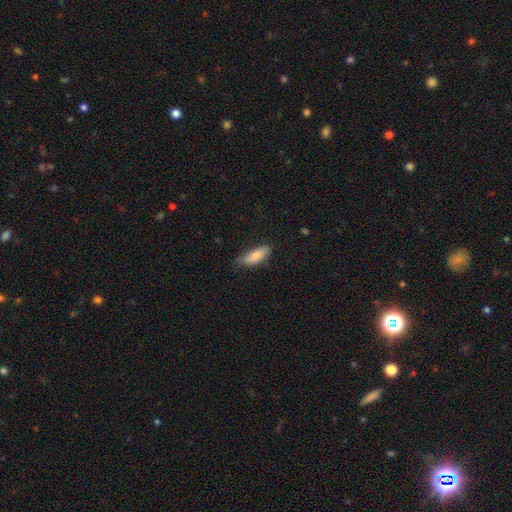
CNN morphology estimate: type=smooth (81%); roundness=in between (68%); merging=none (69%).